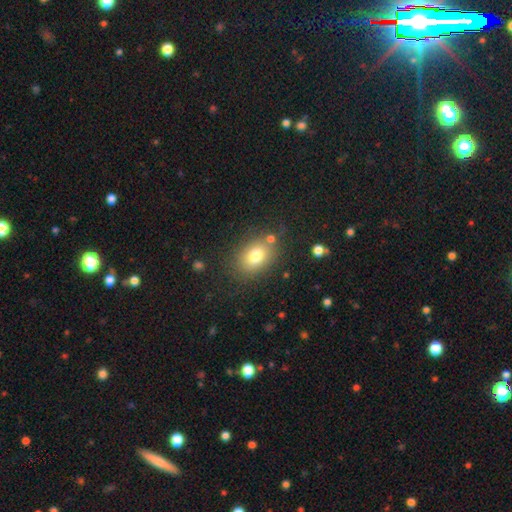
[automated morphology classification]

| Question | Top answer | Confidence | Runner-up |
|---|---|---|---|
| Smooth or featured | smooth | 78% | star or artifact (11%) |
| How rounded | in between | 69% | round (30%) |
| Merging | none | 78% | minor disturbance (12%) |